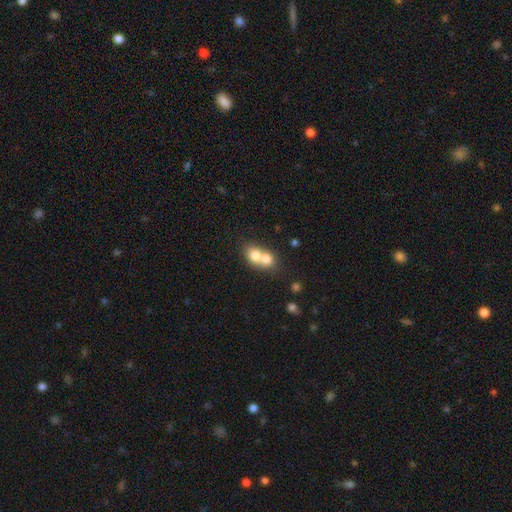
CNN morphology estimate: smooth 72%, featured or disk 20%, star or artifact 9%. Down the decision tree: how rounded — round (55%); merging — merger (74%).